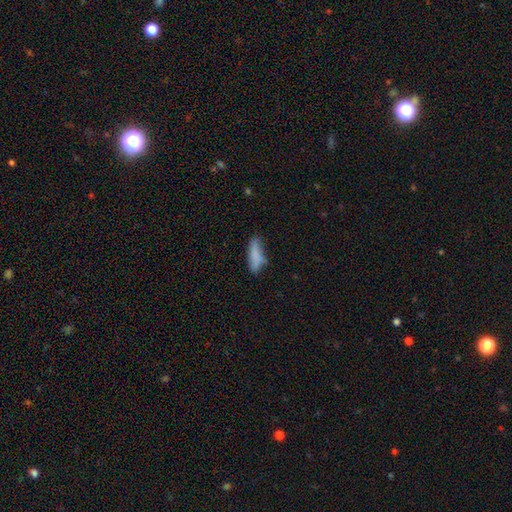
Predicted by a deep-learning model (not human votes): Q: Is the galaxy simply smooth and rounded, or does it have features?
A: smooth — 79%.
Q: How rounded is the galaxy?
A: in between — 54%.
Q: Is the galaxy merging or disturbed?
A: none — 60%.